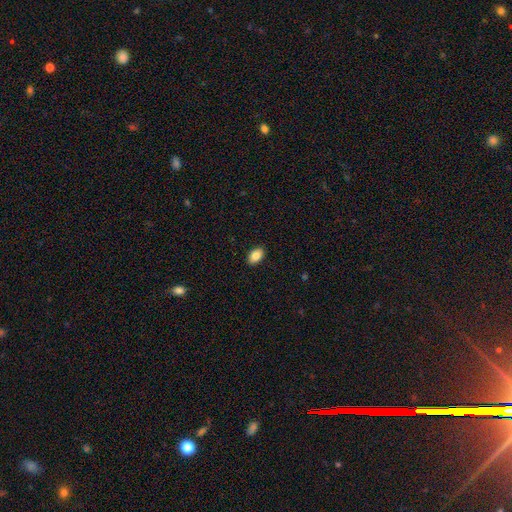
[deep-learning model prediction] Morphology: type=smooth (85%); roundness=in between (88%); merging=none (90%).